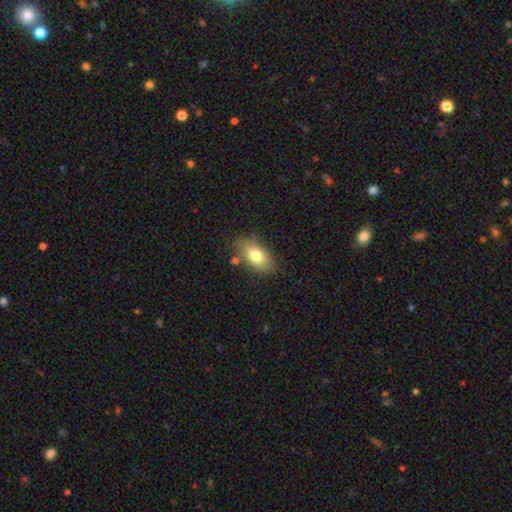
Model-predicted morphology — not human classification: Smooth or featured? smooth (77%)
How rounded? in between (88%)
Merging? none (78%)